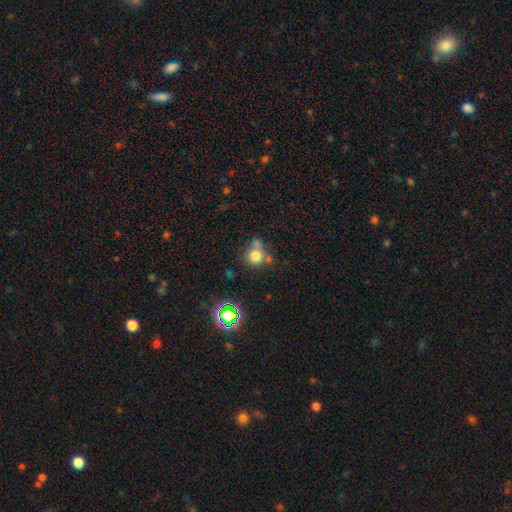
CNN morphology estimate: Smooth or featured: smooth — 74% (star or artifact — 16%)
How rounded: round — 85% (in between — 14%)
Merging: none — 54% (merger — 25%)